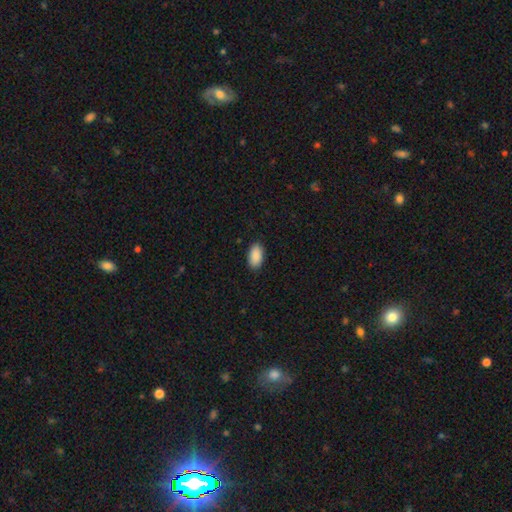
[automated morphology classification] This is clearly a smooth galaxy (90%). How rounded: clearly in between (95%). Merging: clearly none (88%).